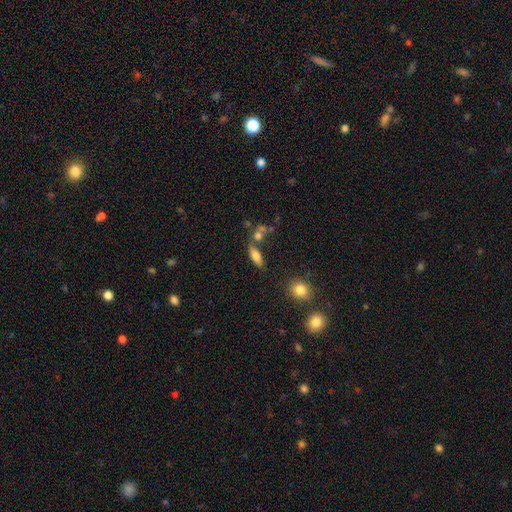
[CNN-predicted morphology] smooth 73%, featured or disk 18%, star or artifact 9%. Down the decision tree: how rounded — in between (68%); merging — none (57%).